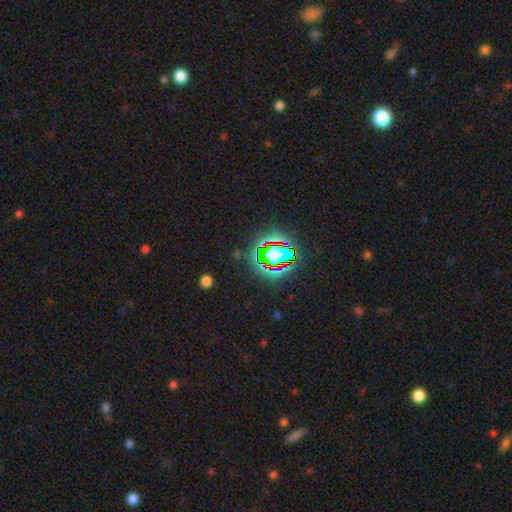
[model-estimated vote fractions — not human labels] Smooth or featured? star or artifact (76%)